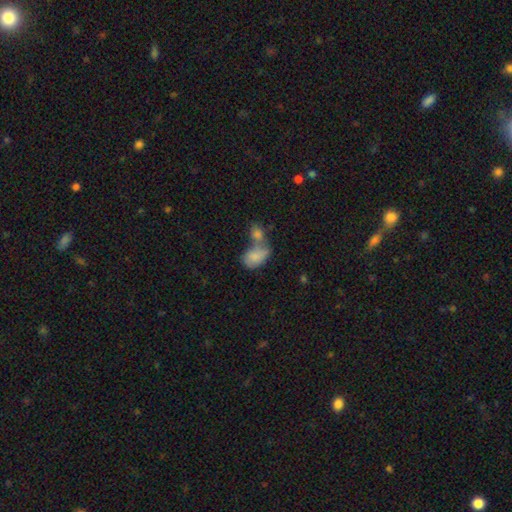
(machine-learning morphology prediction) This is clearly a smooth galaxy (81%). How rounded: clearly in between (88%). Merging: possibly merger (57%).